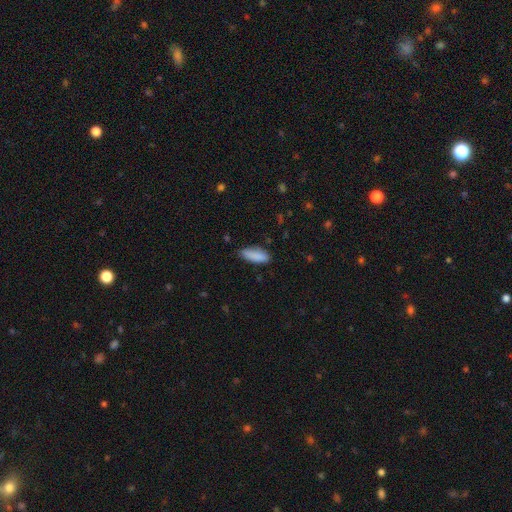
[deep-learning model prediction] Smooth or featured?
  - smooth: 89% *
  - star or artifact: 6%
  - featured or disk: 5%
How rounded?
  - in between: 68% *
  - cigar-shaped: 31%
  - round: 2%
Merging?
  - none: 81% *
  - minor disturbance: 15%
  - major disturbance: 3%
  - merger: 1%